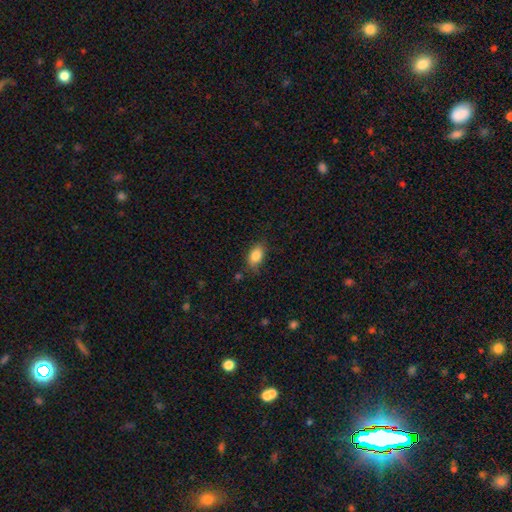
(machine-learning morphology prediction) The model was most divided on "merging": none: 77%, minor disturbance: 18%, major disturbance: 4%, merger: 2%. More confident: how rounded — in between (87%); smooth or featured — smooth (85%).